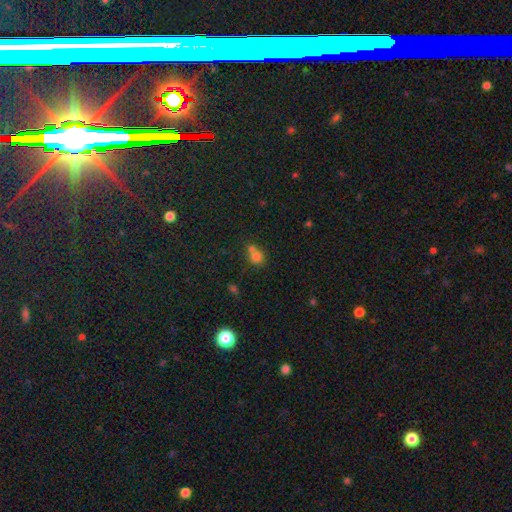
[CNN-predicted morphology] A smooth galaxy with no disk features (72%) that is round (71%).

Vote fractions:
- Smooth or featured? smooth: 72% / star or artifact: 17% / featured or disk: 11%
- How rounded? round: 71% / in between: 28% / cigar-shaped: 1%
- Merging? merger: 51% / none: 36% / minor disturbance: 9% / major disturbance: 4%